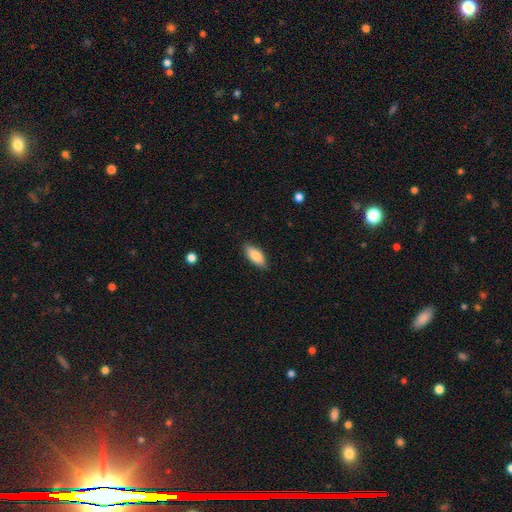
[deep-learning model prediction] Smooth or featured?
  - smooth: 81% *
  - featured or disk: 12%
  - star or artifact: 6%
How rounded?
  - in between: 80% *
  - cigar-shaped: 17%
  - round: 2%
Merging?
  - none: 87% *
  - minor disturbance: 10%
  - major disturbance: 2%
  - merger: 1%